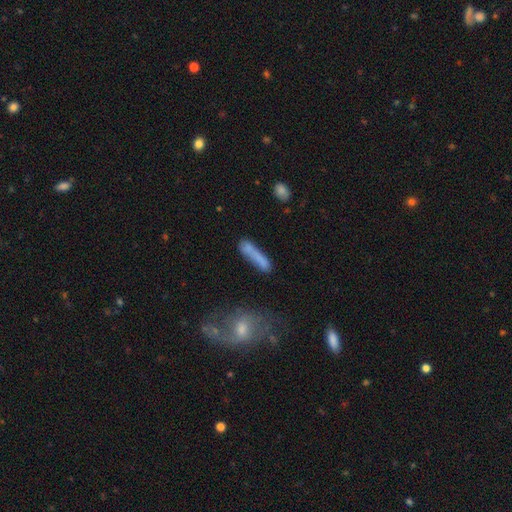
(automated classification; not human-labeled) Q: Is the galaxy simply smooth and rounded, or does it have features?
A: smooth — 67%.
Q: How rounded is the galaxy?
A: cigar-shaped — 84%.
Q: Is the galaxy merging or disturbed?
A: none — 57%.